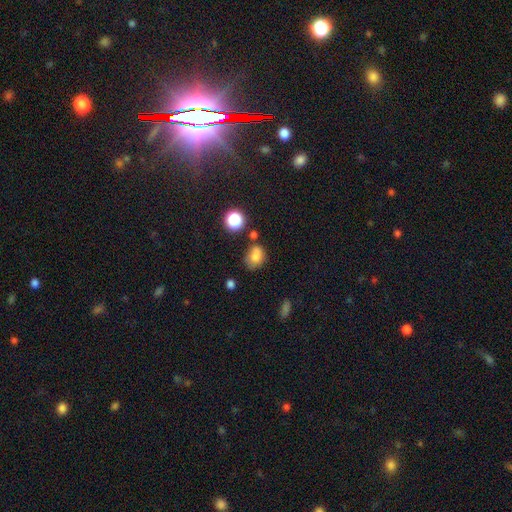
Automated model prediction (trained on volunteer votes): The model was most divided on "how rounded": in between: 55%, round: 44%, cigar-shaped: 1%. Remaining: smooth or featured — smooth (74%); merging — none (49%).